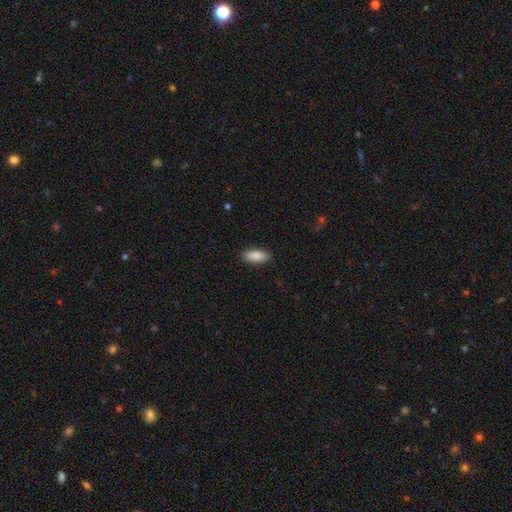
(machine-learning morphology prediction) type=smooth (88%); roundness=in between (83%); merging=none (89%).